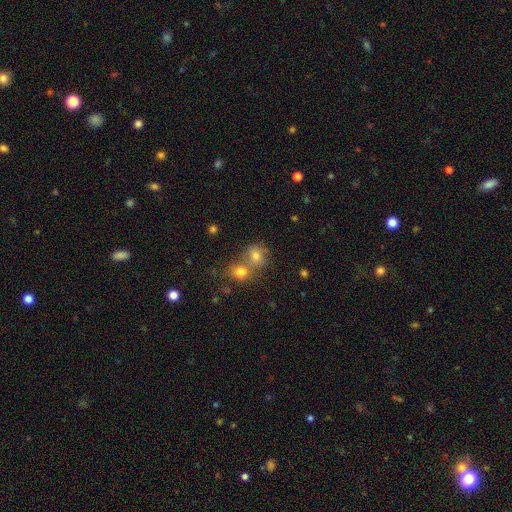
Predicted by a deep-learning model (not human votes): smooth 73%, star or artifact 14%, featured or disk 13%. Down the decision tree: how rounded — round (75%); merging — merger (52%).